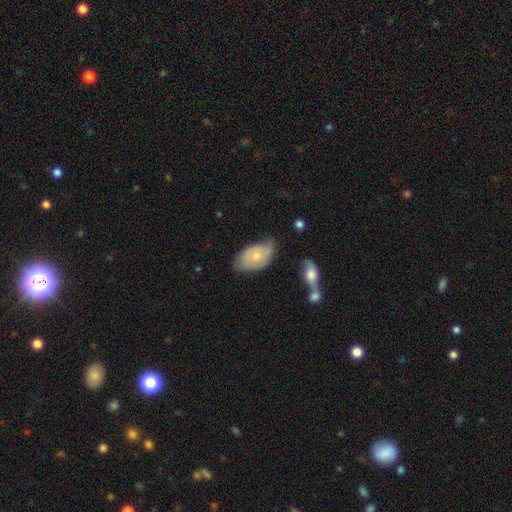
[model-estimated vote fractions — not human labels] smooth-or-featured: smooth: 61% | featured or disk: 34% | star or artifact: 6%
  how-rounded: in between: 92% | round: 6% | cigar-shaped: 2%
  merging: none: 49% | minor disturbance: 37% | major disturbance: 9% | merger: 4%